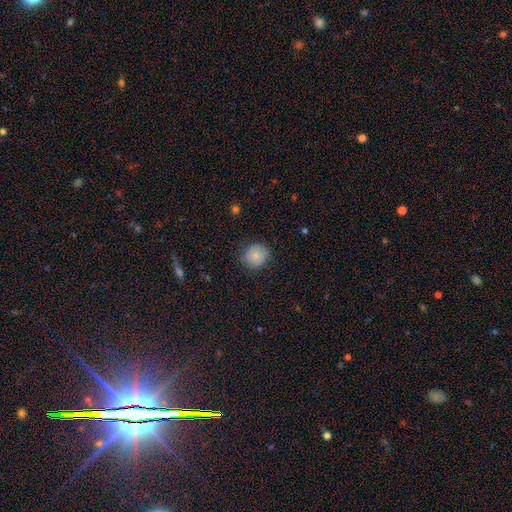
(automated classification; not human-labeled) Smooth or featured? Predicted: smooth (p=0.82). How rounded? Predicted: round (p=0.82). Merging? Predicted: none (p=0.82).